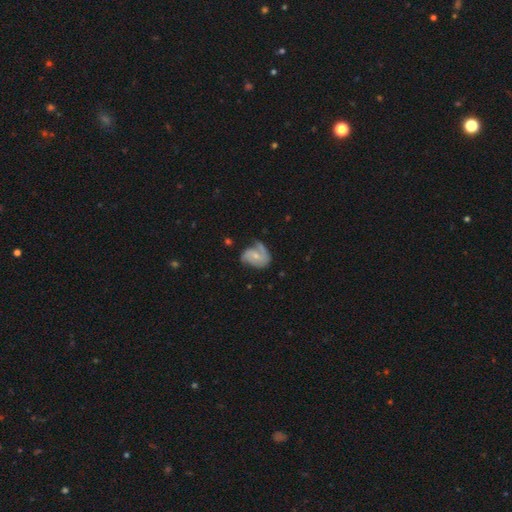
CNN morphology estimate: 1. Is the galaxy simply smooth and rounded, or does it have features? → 71% featured or disk, 23% smooth, 6% star or artifact.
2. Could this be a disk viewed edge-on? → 97% no, 3% yes.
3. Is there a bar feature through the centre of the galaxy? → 56% no, 35% weak, 8% strong.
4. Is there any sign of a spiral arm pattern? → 91% yes, 9% no.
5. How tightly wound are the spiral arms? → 43% medium, 30% tight, 27% loose.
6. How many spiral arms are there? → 58% 2, 20% 1, 12% can't tell, 8% 3, 2% 4, 2% more than 4.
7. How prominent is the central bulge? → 59% small, 33% moderate, 5% none, 1% large, 1% dominant.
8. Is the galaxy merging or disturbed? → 46% none, 29% minor disturbance, 20% major disturbance, 4% merger.